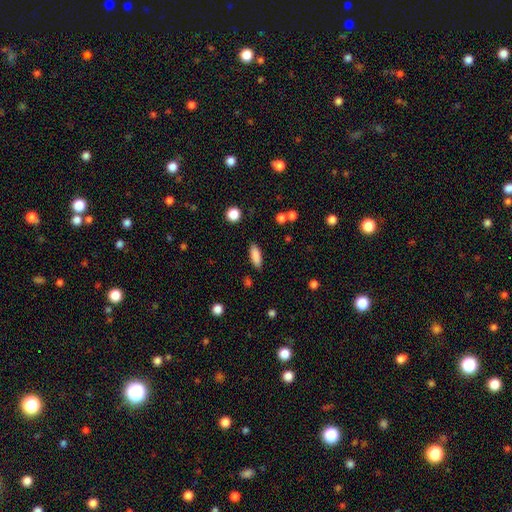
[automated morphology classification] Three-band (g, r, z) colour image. It shows a smooth galaxy with no disk features (87%) that is in between round and cigar-shaped (63%). Merging: none (87%).